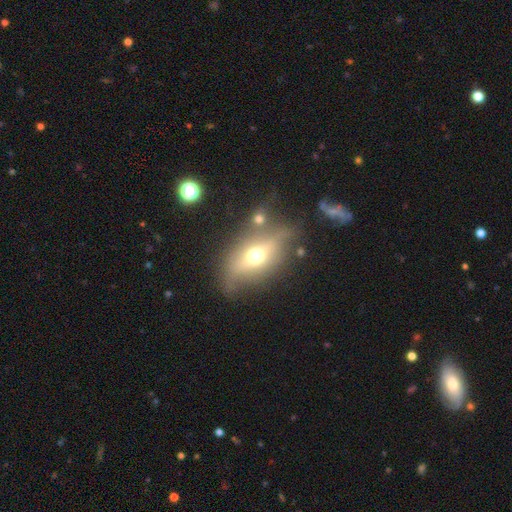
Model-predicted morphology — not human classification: Q: Smooth or featured?
A: featured or disk (48%); runner-up: smooth (42%)
Q: Merging?
A: none (59%); runner-up: minor disturbance (20%)